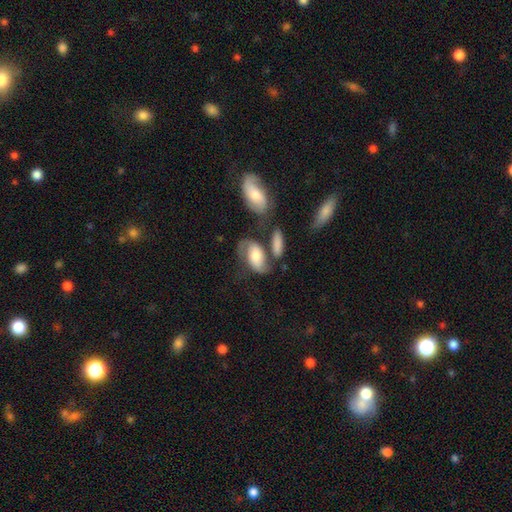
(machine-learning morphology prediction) The model was most divided on "merging": none: 40%, merger: 22%, minor disturbance: 21%, major disturbance: 17%. Remaining: edge-on disk — no (94%); spiral arms — yes (87%); smooth or featured — featured or disk (56%); bar — no (53%); bulge size — moderate (49%).